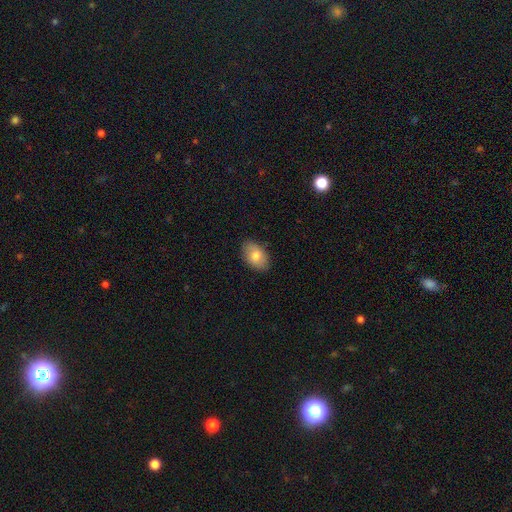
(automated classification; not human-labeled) Smooth or featured: smooth — 77% (featured or disk — 16%)
How rounded: in between — 89% (round — 9%)
Merging: none — 86% (minor disturbance — 11%)